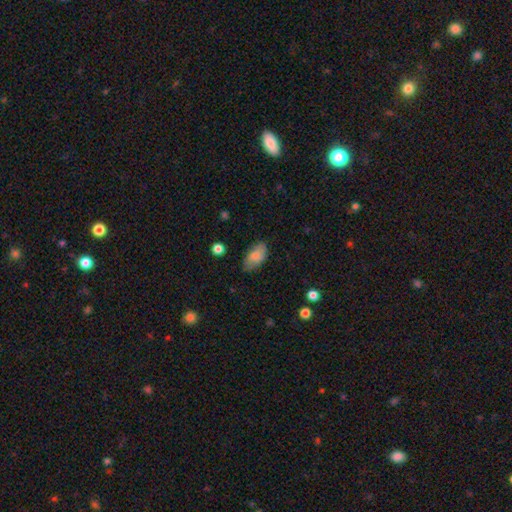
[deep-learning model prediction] Overall: smooth (83%). How rounded: in between (93%). Merging: none (77%).